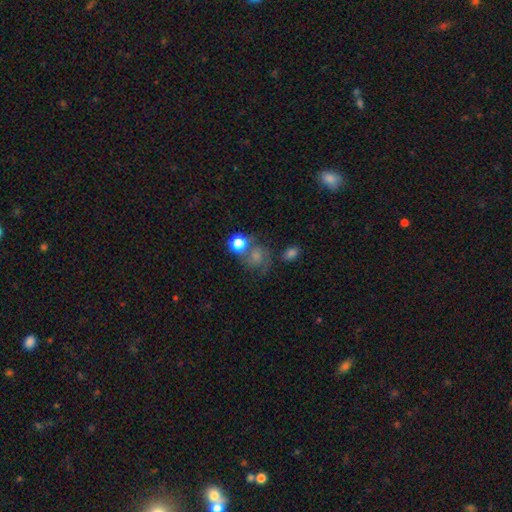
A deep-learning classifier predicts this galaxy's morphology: smooth 50%, featured or disk 34%, star or artifact 16%. Down the decision tree: merging — none (45%).